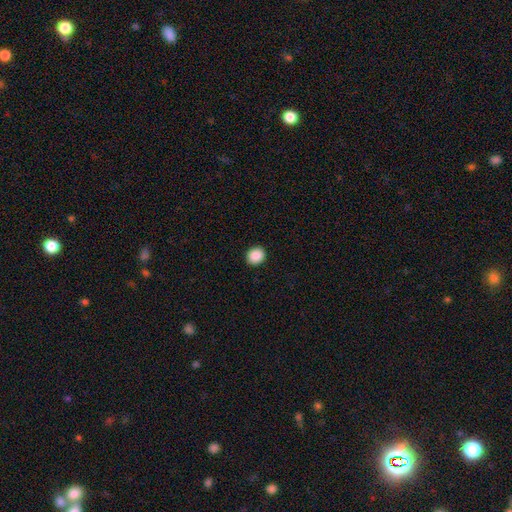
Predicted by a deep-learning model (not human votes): A smooth galaxy with no disk features (89%) that is round (81%).

Vote fractions:
- Smooth or featured? smooth: 89% / star or artifact: 8% / featured or disk: 3%
- How rounded? round: 81% / in between: 18% / cigar-shaped: 1%
- Merging? none: 92% / minor disturbance: 5% / major disturbance: 2% / merger: 1%